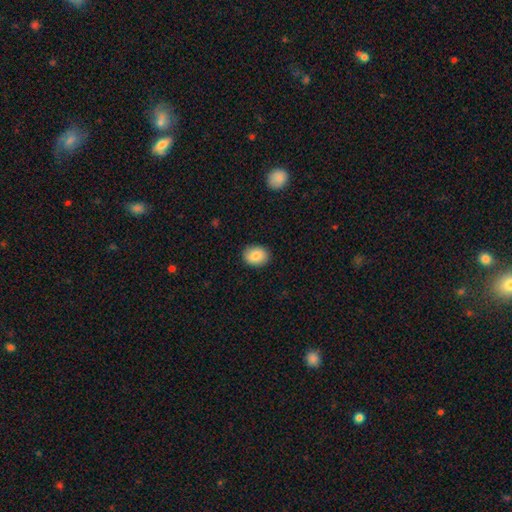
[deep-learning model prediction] A smooth galaxy with no disk features (86%) that is in between round and cigar-shaped (59%).

Vote fractions:
- Smooth or featured? smooth: 86% / star or artifact: 7% / featured or disk: 6%
- How rounded? in between: 59% / round: 40% / cigar-shaped: 1%
- Merging? none: 89% / minor disturbance: 8% / major disturbance: 2% / merger: 1%